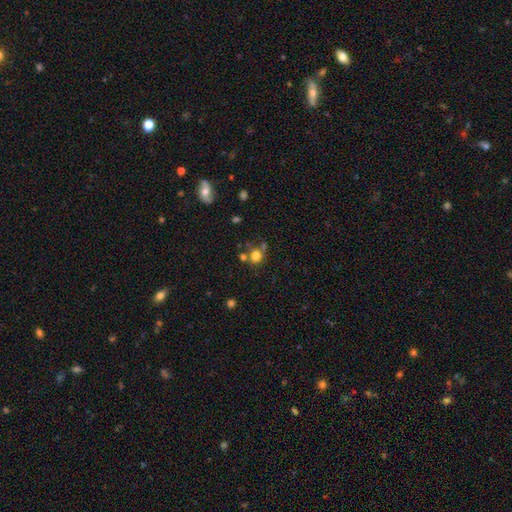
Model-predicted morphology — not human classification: Smooth or featured?
  - smooth: 77% *
  - star or artifact: 14%
  - featured or disk: 9%
How rounded?
  - round: 79% *
  - in between: 20%
  - cigar-shaped: 1%
Merging?
  - none: 58% *
  - merger: 22%
  - minor disturbance: 13%
  - major disturbance: 6%